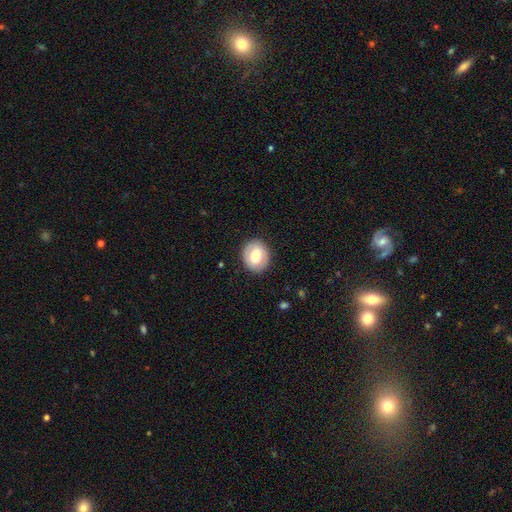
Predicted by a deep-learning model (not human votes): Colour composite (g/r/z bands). It shows a smooth galaxy with no disk features (69%) that is round (72%). Merging: none (88%).